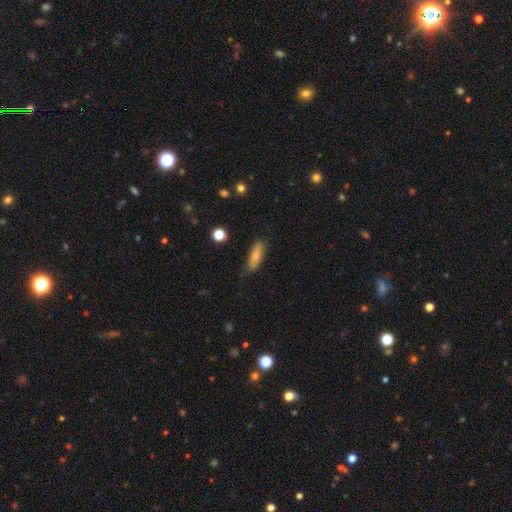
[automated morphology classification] This appears to be a smooth galaxy with no disk features (78%) that is in between round and cigar-shaped (55%). Merging: none (73%).